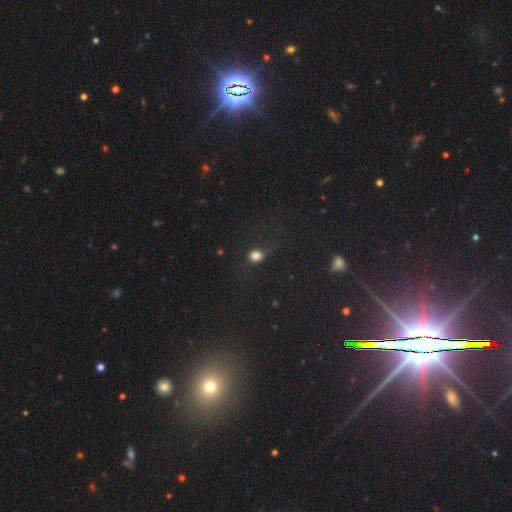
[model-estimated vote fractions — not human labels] A smooth galaxy with no disk features (77%) that is round (53%).

Vote fractions:
- Smooth or featured? smooth: 77% / star or artifact: 16% / featured or disk: 7%
- How rounded? round: 53% / in between: 45% / cigar-shaped: 2%
- Merging? none: 64% / minor disturbance: 20% / major disturbance: 13% / merger: 3%